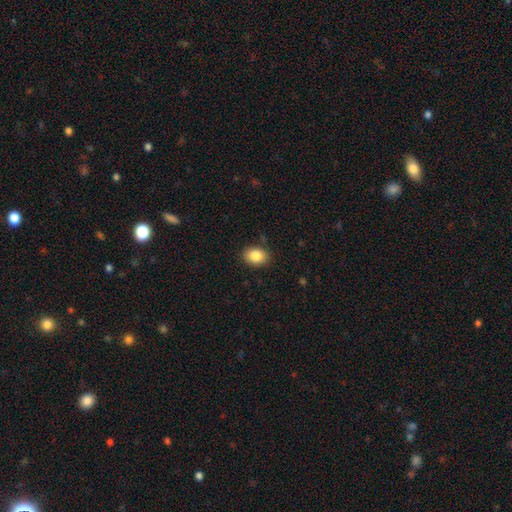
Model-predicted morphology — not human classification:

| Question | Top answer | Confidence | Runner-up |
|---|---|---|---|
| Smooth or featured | smooth | 86% | star or artifact (8%) |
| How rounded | in between | 66% | round (33%) |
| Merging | none | 87% | minor disturbance (10%) |